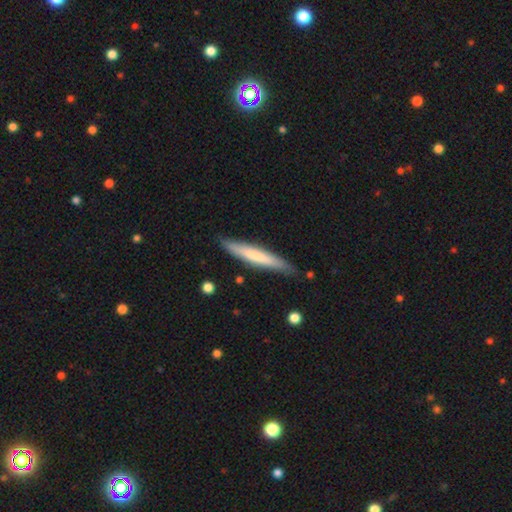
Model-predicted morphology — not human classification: A smooth galaxy with no disk features (65%) that is cigar-shaped (94%). Merging: none (84%).